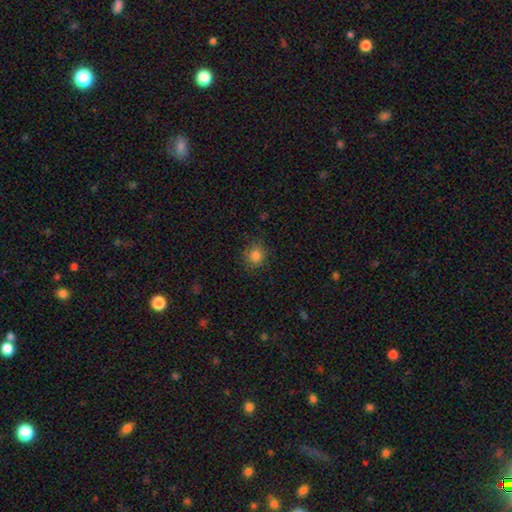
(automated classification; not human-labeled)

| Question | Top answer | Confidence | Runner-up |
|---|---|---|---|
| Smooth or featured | smooth | 83% | star or artifact (12%) |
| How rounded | round | 86% | in between (14%) |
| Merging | none | 84% | minor disturbance (12%) |